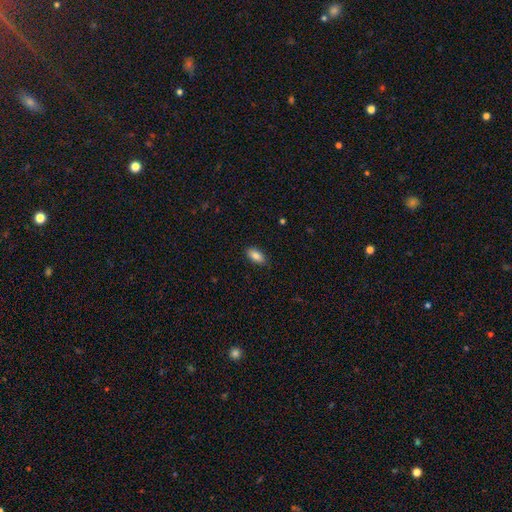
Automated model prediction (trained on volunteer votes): Smooth or featured? smooth (85%)
How rounded? in between (91%)
Merging? none (86%)